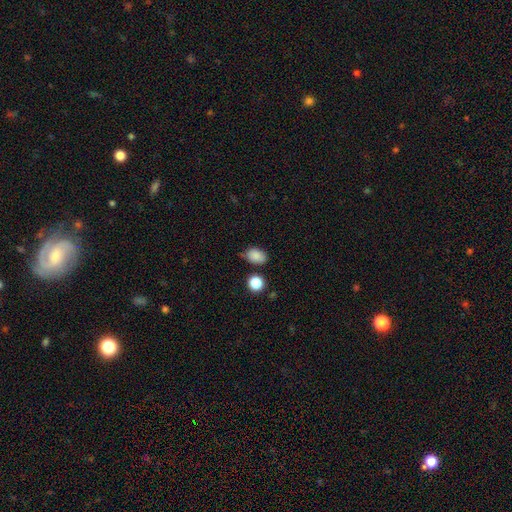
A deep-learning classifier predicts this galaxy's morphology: Smooth or featured? smooth (86%)
How rounded? in between (81%)
Merging? none (70%)